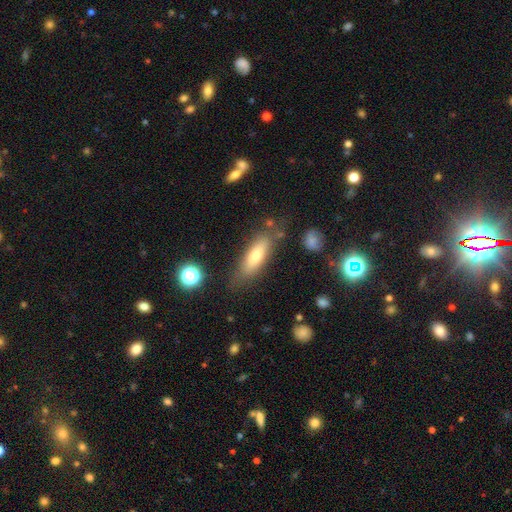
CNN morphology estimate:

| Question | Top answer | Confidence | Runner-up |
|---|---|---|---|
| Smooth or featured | smooth | 69% | featured or disk (23%) |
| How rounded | in between | 50% | cigar-shaped (48%) |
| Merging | none | 72% | minor disturbance (17%) |